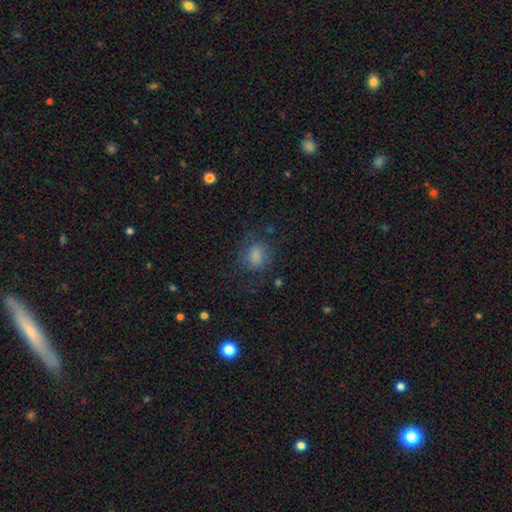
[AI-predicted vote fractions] smooth-or-featured: smooth: 76% | star or artifact: 12% | featured or disk: 12%
  how-rounded: round: 54% | in between: 45% | cigar-shaped: 2%
  merging: none: 61% | minor disturbance: 21% | major disturbance: 15% | merger: 2%